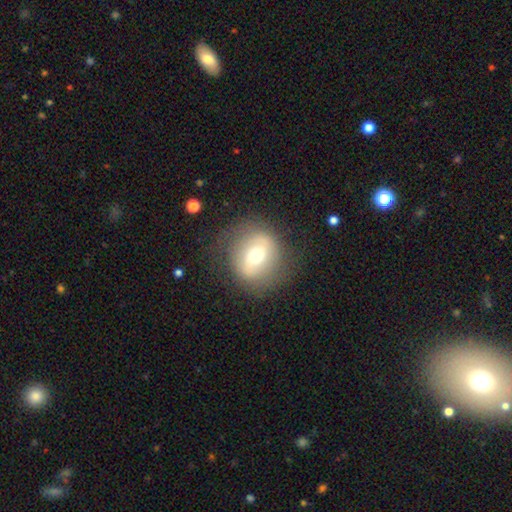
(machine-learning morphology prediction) Smooth or featured?
  - smooth: 52% *
  - featured or disk: 39%
  - star or artifact: 9%
How rounded?
  - round: 81% *
  - in between: 18%
  - cigar-shaped: 1%
Merging?
  - none: 74% *
  - minor disturbance: 15%
  - major disturbance: 9%
  - merger: 1%